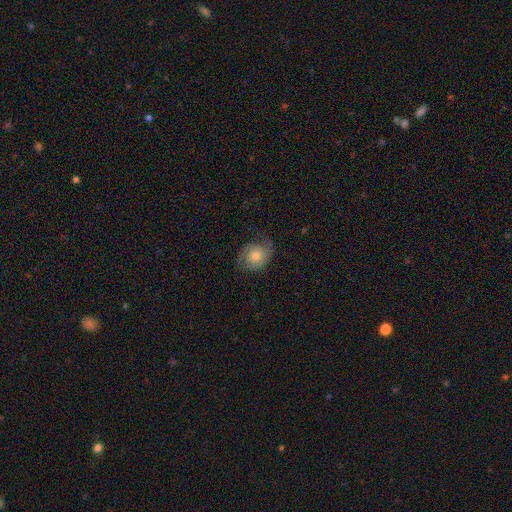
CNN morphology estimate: This is possibly a featured or disk galaxy (60%). It is clearly not viewed edge-on (97%). Bar: likely no (76%). Spiral arm pattern: clearly yes (90%). Spiral arm count: likely 2 (77%). Spiral winding: marginally medium (40%, tied with tight). Central bulge: likely moderate (63%). Merging: likely none (67%).